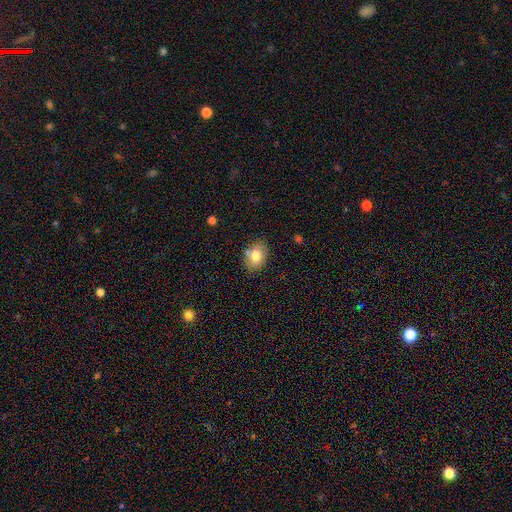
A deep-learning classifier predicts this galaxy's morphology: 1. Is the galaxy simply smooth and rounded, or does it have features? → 76% smooth, 15% featured or disk, 9% star or artifact.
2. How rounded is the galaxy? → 72% in between, 27% round, 1% cigar-shaped.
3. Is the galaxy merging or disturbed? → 78% none, 14% minor disturbance, 5% merger, 3% major disturbance.